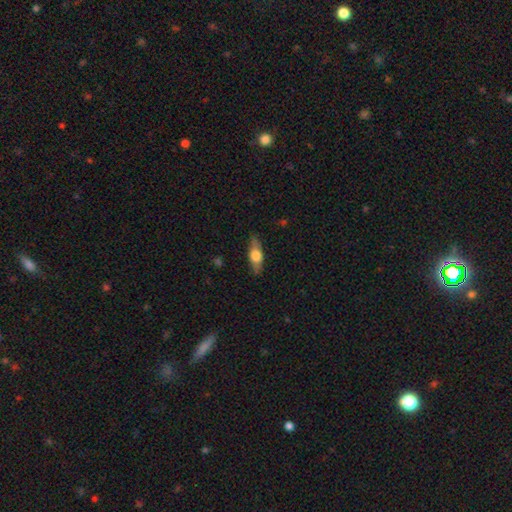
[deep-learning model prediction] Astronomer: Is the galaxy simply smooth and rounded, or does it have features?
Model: smooth — 54% (runner-up: featured or disk, 40%).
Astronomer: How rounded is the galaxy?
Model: in between — 63%.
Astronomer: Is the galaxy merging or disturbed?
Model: none — 83%.